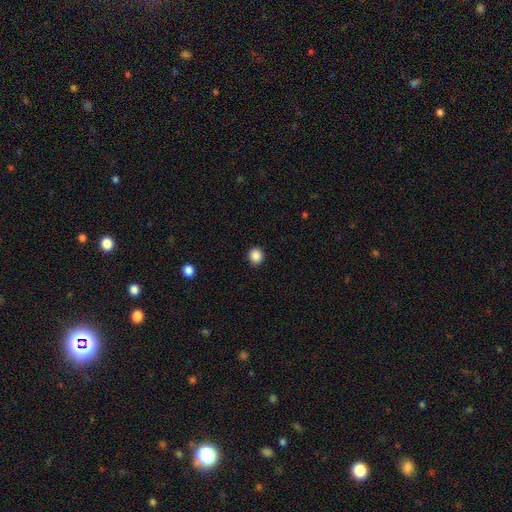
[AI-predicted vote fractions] This is clearly a smooth galaxy (88%). How rounded: clearly round (84%). Merging: clearly none (92%).